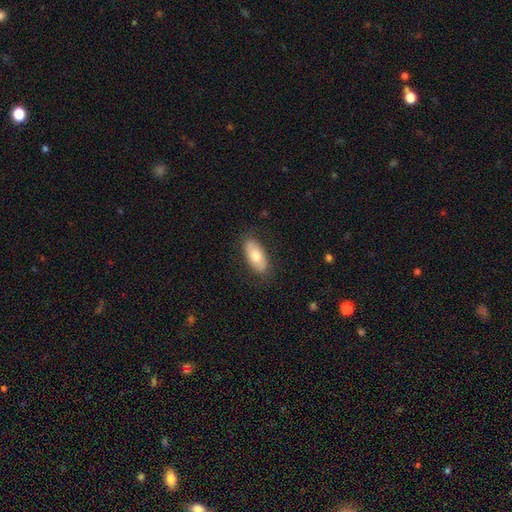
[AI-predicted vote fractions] A smooth galaxy with no disk features (69%) that is in between round and cigar-shaped (90%).

Vote fractions:
- Smooth or featured? smooth: 69% / featured or disk: 25% / star or artifact: 6%
- How rounded? in between: 90% / cigar-shaped: 7% / round: 3%
- Merging? none: 84% / minor disturbance: 12% / major disturbance: 3% / merger: 1%